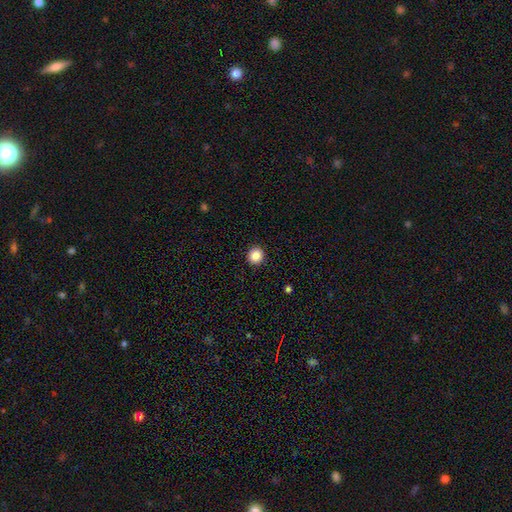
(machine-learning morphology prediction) A smooth galaxy with no disk features (87%) that is round (87%). Merging: none (92%).